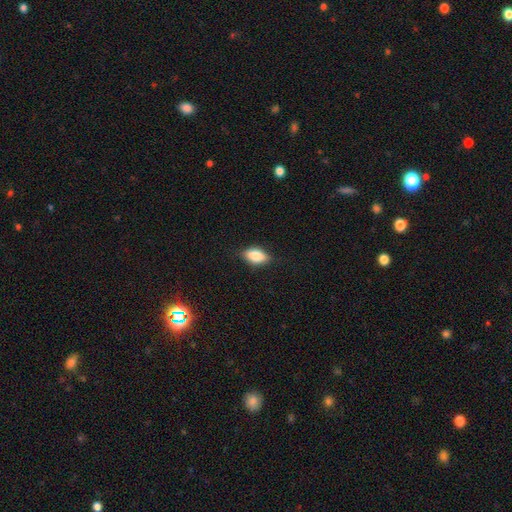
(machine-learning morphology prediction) Smooth or featured?
  - smooth: 81% *
  - featured or disk: 11%
  - star or artifact: 8%
How rounded?
  - in between: 87% *
  - round: 8%
  - cigar-shaped: 5%
Merging?
  - none: 82% *
  - minor disturbance: 14%
  - major disturbance: 3%
  - merger: 1%